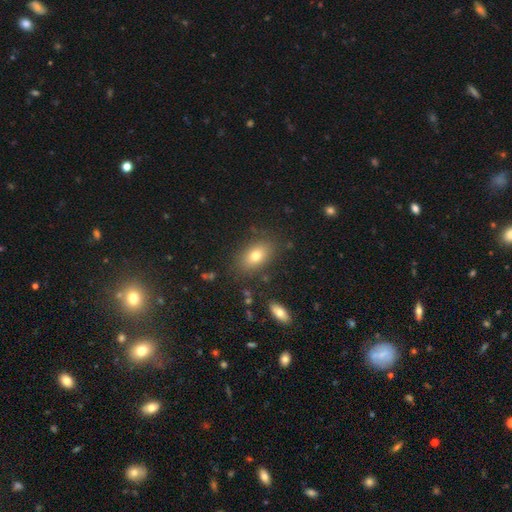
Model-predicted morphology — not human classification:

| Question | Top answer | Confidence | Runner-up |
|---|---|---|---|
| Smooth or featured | smooth | 75% | featured or disk (14%) |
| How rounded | in between | 86% | round (12%) |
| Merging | none | 83% | minor disturbance (11%) |